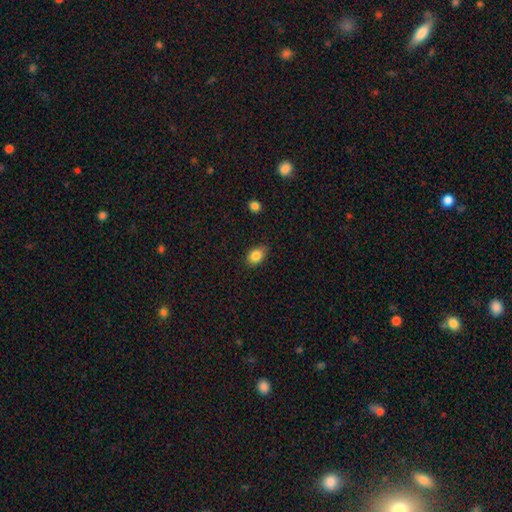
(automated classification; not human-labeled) smooth_or_featured: smooth (p=0.85) [alt: star or artifact p=0.09]
how_rounded: in between (p=0.76) [alt: round p=0.23]
merging: none (p=0.79) [alt: minor disturbance p=0.17]